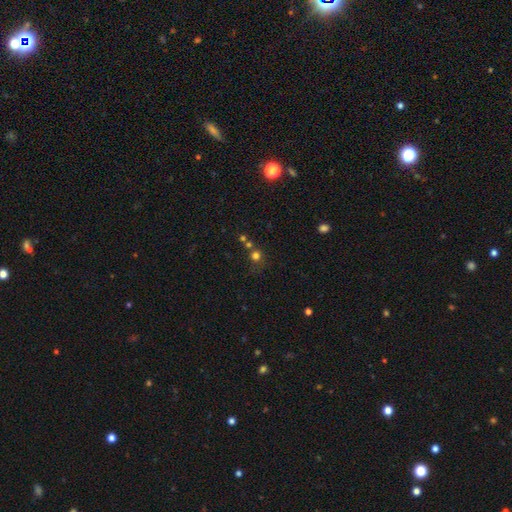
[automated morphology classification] smooth-or-featured: smooth: 67% | star or artifact: 24% | featured or disk: 9%
  how-rounded: round: 89% | in between: 10% | cigar-shaped: 1%
  merging: none: 61% | merger: 23% | minor disturbance: 10% | major disturbance: 6%